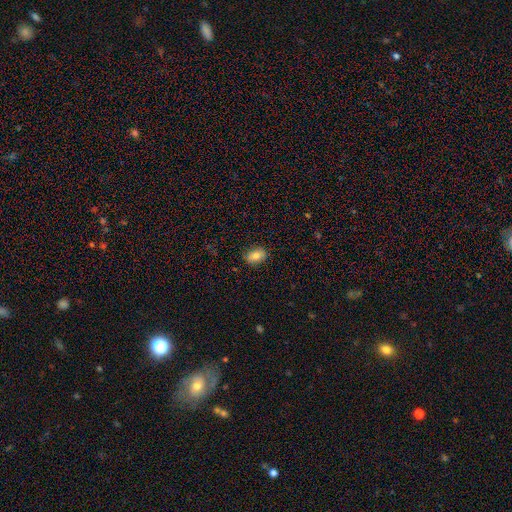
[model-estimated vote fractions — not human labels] Overall: smooth (81%). How rounded: in between (79%). Merging: none (86%).